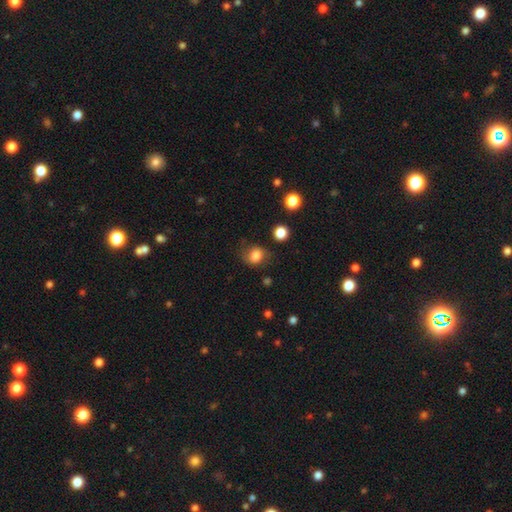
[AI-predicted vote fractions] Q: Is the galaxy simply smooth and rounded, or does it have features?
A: smooth — 76%.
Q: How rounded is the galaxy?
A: round — 58%.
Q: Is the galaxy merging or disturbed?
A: none — 67%.